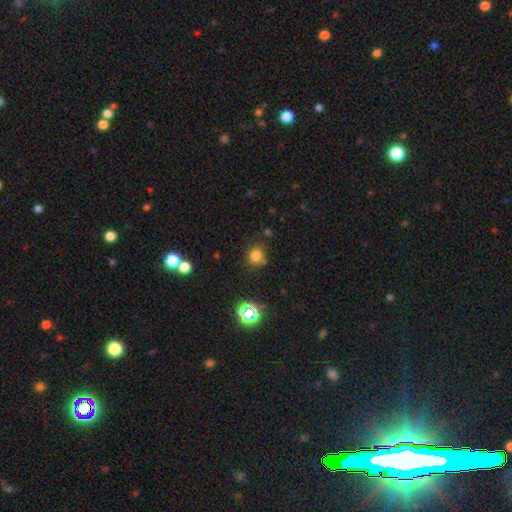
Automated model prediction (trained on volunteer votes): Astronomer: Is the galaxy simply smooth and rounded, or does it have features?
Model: smooth — 75%.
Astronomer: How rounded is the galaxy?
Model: round — 82%.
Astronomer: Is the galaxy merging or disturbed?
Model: none — 75%.